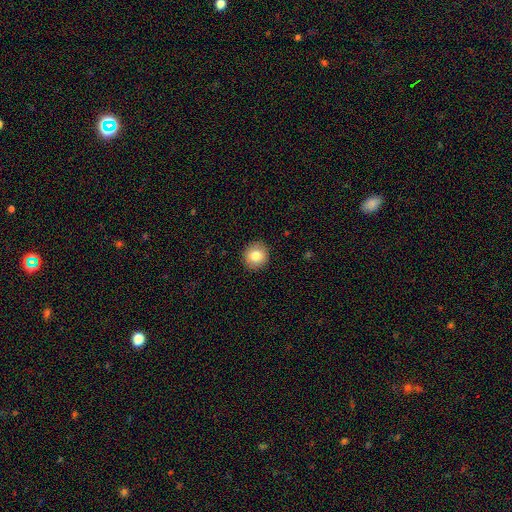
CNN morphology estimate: The model was most divided on "smooth or featured": smooth: 82%, featured or disk: 9%, star or artifact: 9%. More confident: merging — none (92%); how rounded — round (92%).